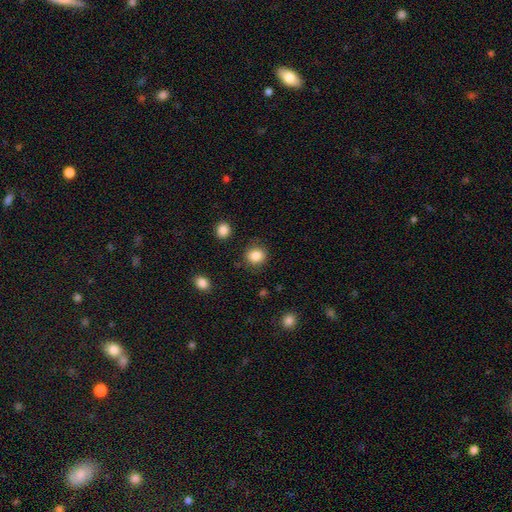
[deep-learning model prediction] Morphology: type=smooth (86%); roundness=round (81%); merging=none (85%).